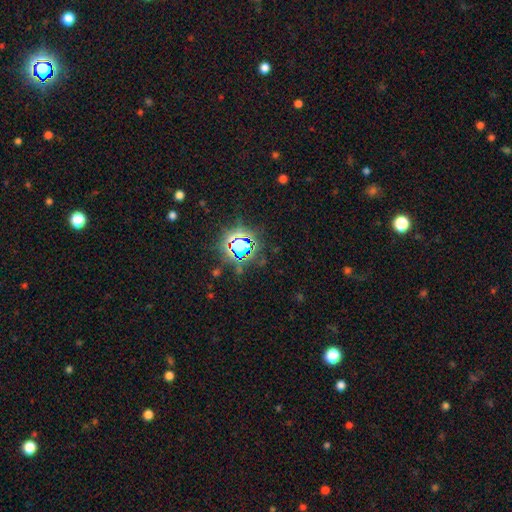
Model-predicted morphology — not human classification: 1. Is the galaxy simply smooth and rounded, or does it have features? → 78% star or artifact, 14% smooth, 8% featured or disk.